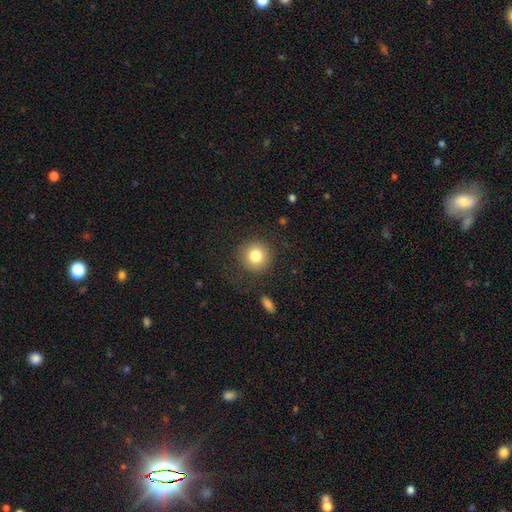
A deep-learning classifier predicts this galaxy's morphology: Smooth or featured? Predicted: smooth (p=0.81). How rounded? Predicted: round (p=0.93). Merging? Predicted: none (p=0.84).